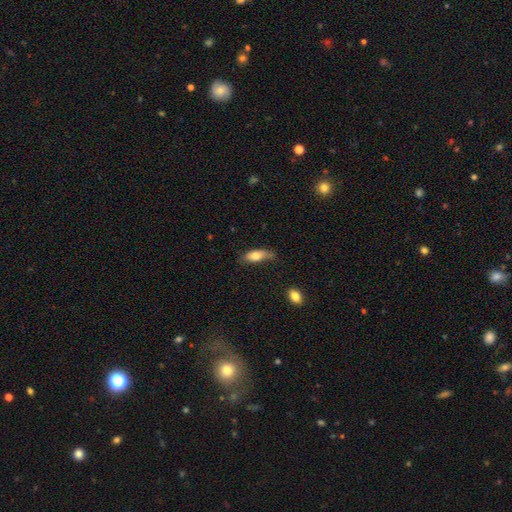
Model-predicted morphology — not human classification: This is likely a smooth galaxy (73%). How rounded: likely in between (73%). Merging: possibly none (48%).